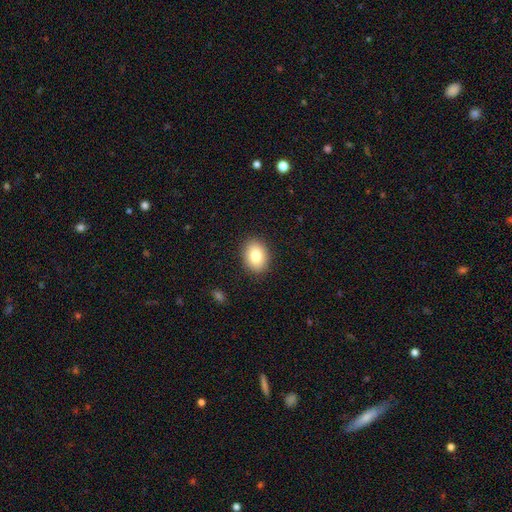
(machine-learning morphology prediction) Overall: smooth (82%). How rounded: in between (68%; round 31%). Merging: none (89%).